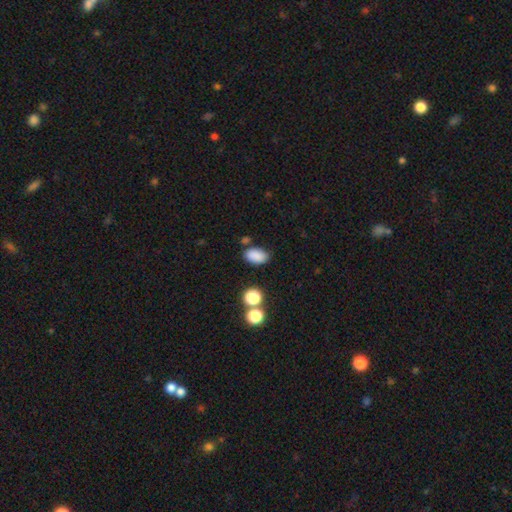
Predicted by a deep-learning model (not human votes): A smooth galaxy with no disk features (86%) that is in between round and cigar-shaped (90%). Merging: none (78%).